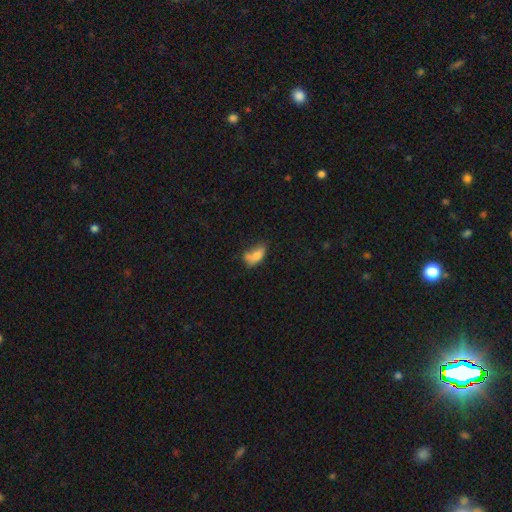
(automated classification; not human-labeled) The model was most divided on "merging": none: 34%, minor disturbance: 29%, merger: 19%, major disturbance: 19%. More confident: how rounded — in between (86%); smooth or featured — smooth (75%).